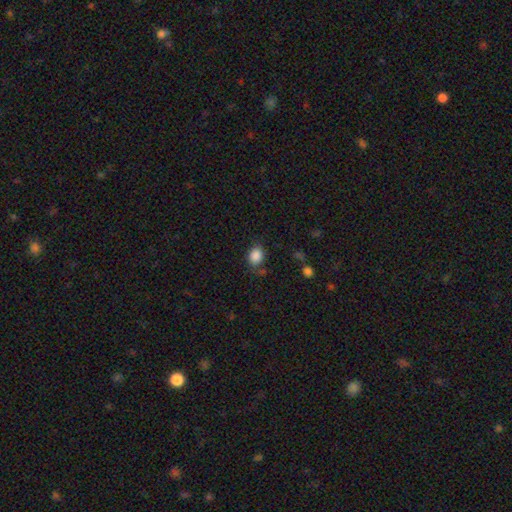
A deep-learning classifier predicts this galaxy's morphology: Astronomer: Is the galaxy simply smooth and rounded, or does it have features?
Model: smooth — 87%.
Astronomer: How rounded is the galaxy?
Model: in between — 55% (runner-up: round, 44%).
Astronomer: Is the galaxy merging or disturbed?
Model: none — 76%.